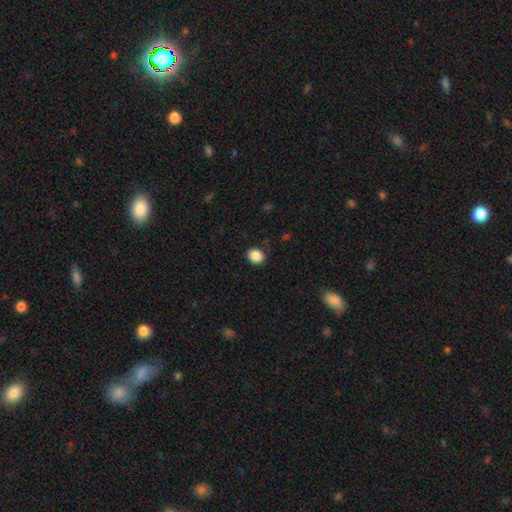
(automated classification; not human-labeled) Smooth or featured?
  - smooth: 88% *
  - star or artifact: 9%
  - featured or disk: 3%
How rounded?
  - round: 68% *
  - in between: 31%
  - cigar-shaped: 1%
Merging?
  - none: 86% *
  - minor disturbance: 10%
  - major disturbance: 3%
  - merger: 1%